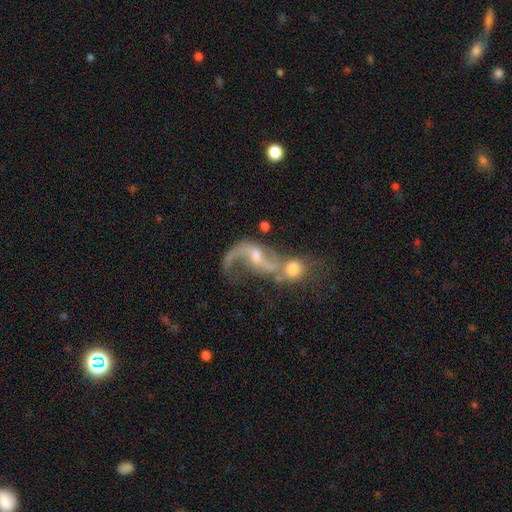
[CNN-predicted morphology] smooth-or-featured: featured or disk: 80% | smooth: 12% | star or artifact: 8%
  disk-edge-on: no: 96% | yes: 4%
    bar: weak: 44% | no: 35% | strong: 21%
    has-spiral-arms: yes: 89% | no: 11%
      spiral-winding: loose: 82% | medium: 15% | tight: 3%
      spiral-arm-count: 2: 71% | 1: 22% | can't tell: 4% | 3: 1% | 4: 1% | more than 4: 1%
    bulge-size: moderate: 45% | small: 39% | none: 9% | large: 5% | dominant: 2%
  merging: merger: 58% | none: 19% | major disturbance: 15% | minor disturbance: 8%